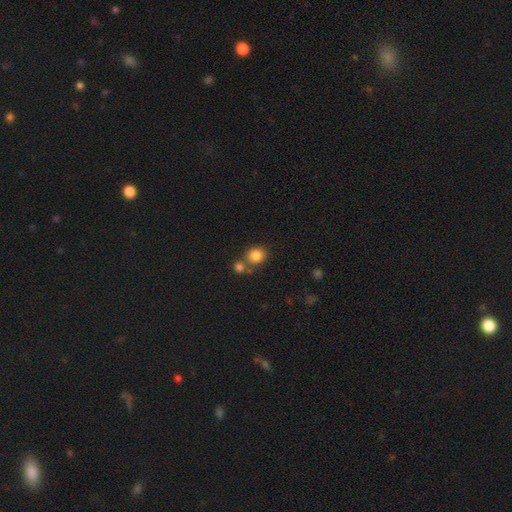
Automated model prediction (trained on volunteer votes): Overall: smooth (83%). How rounded: round (80%). Merging: none (60%; merger 27%).